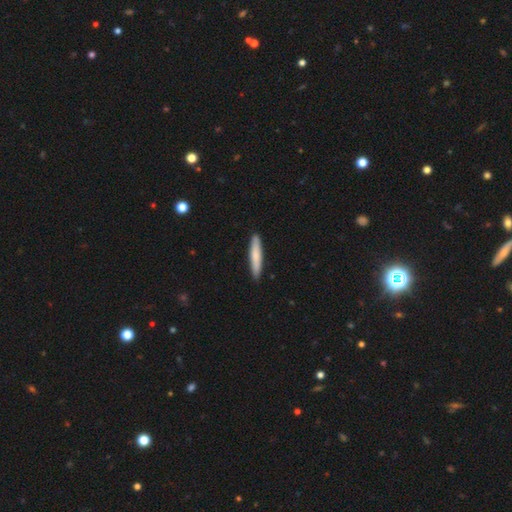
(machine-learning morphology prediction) A smooth galaxy with no disk features (76%) that is cigar-shaped (92%). Merging: none (90%).